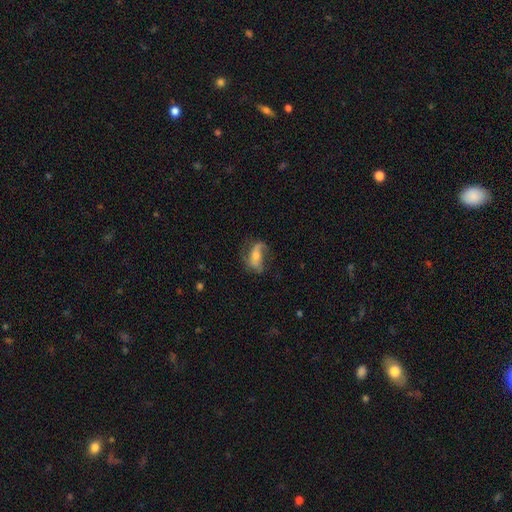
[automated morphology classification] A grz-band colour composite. It shows a featured or disk galaxy (59%) with no bar (43%), spiral arms (80%) and a moderate central bulge (51%). Merging: none (53%).